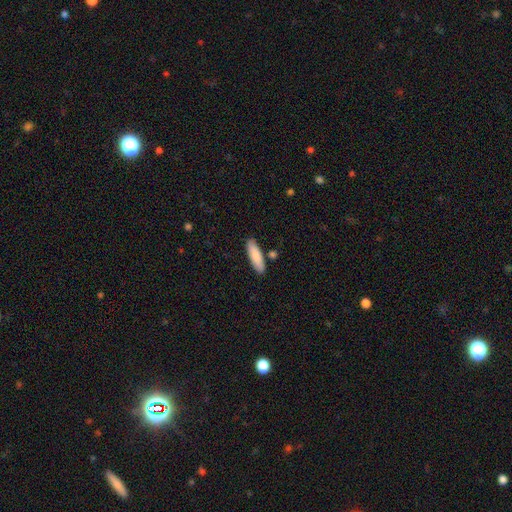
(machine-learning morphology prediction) A smooth galaxy with no disk features (86%) that is cigar-shaped (57%).

Vote fractions:
- Smooth or featured? smooth: 86% / featured or disk: 8% / star or artifact: 6%
- How rounded? cigar-shaped: 57% / in between: 42% / round: 2%
- Merging? none: 83% / minor disturbance: 10% / merger: 5% / major disturbance: 2%